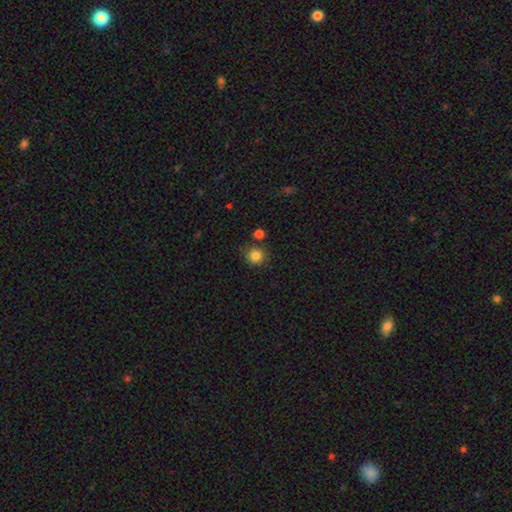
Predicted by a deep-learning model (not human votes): smooth 84%, star or artifact 11%, featured or disk 5%. Down the decision tree: how rounded — round (90%); merging — none (78%).